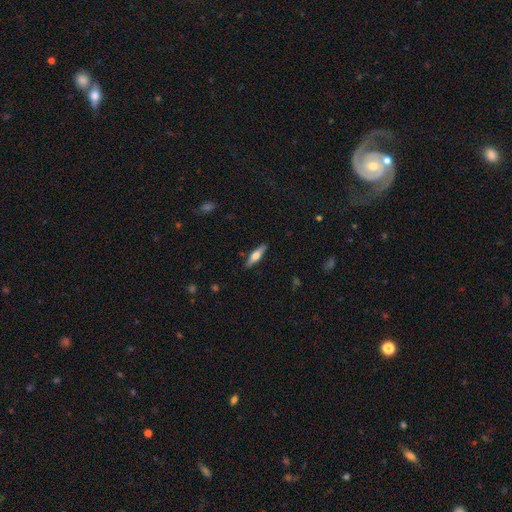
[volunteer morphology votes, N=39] A featured or disk galaxy (56%) viewed edge-on (100%) with a rounded central bulge (95%). Merging: none (97%).